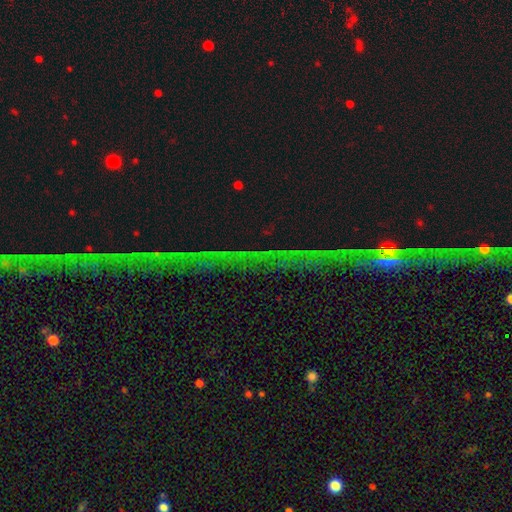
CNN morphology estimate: smooth_or_featured: star or artifact (p=0.85) [alt: featured or disk p=0.09]